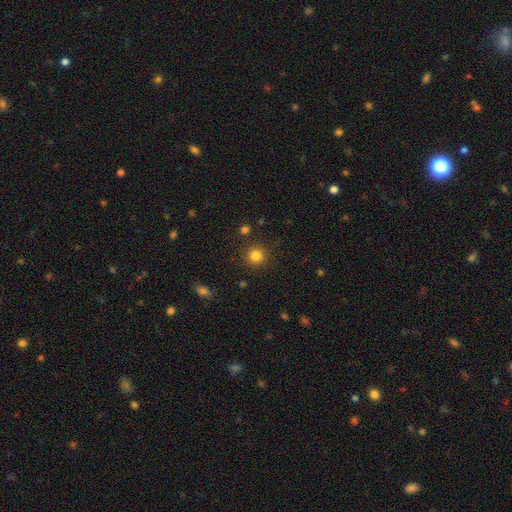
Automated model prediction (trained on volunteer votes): Smooth or featured: smooth — 83% (star or artifact — 13%)
How rounded: round — 94% (in between — 6%)
Merging: none — 89% (minor disturbance — 6%)